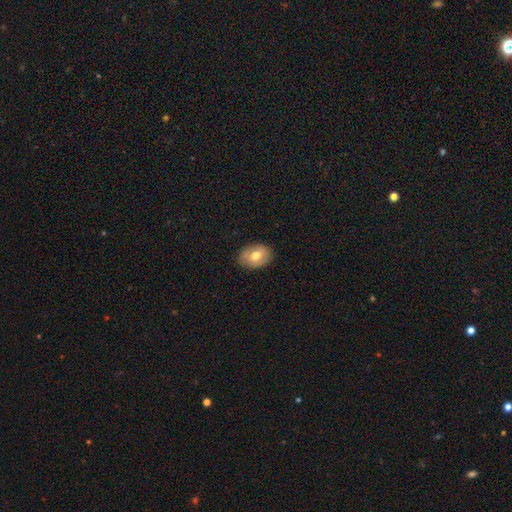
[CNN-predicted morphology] Overall: smooth (63%; featured or disk 30%). How rounded: in between (77%). Merging: none (85%).